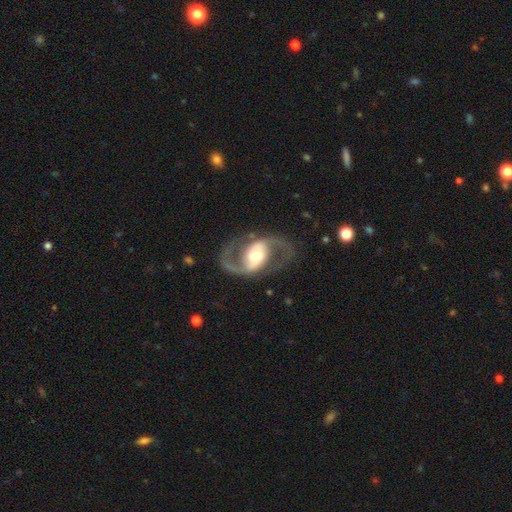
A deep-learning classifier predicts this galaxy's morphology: smooth-or-featured: featured or disk: 90% | smooth: 6% | star or artifact: 4%
  disk-edge-on: no: 97% | yes: 3%
    bar: weak: 39% | strong: 35% | no: 26%
    has-spiral-arms: yes: 96% | no: 4%
      spiral-winding: medium: 57% | loose: 32% | tight: 11%
      spiral-arm-count: 2: 94% | can't tell: 2% | 1: 1% | 3: 1% | 4: 1% | more than 4: 1%
    bulge-size: moderate: 47% | large: 32% | small: 14% | dominant: 5% | none: 2%
  merging: none: 79% | minor disturbance: 11% | major disturbance: 9% | merger: 1%